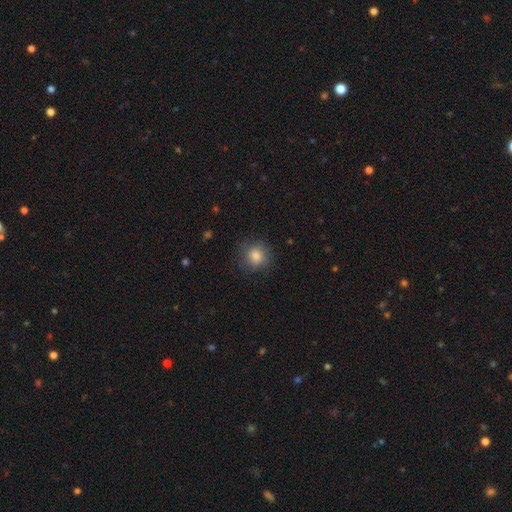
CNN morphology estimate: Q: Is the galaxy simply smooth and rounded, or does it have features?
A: smooth — 81%.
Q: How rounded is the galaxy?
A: round — 88%.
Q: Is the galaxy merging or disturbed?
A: none — 82%.